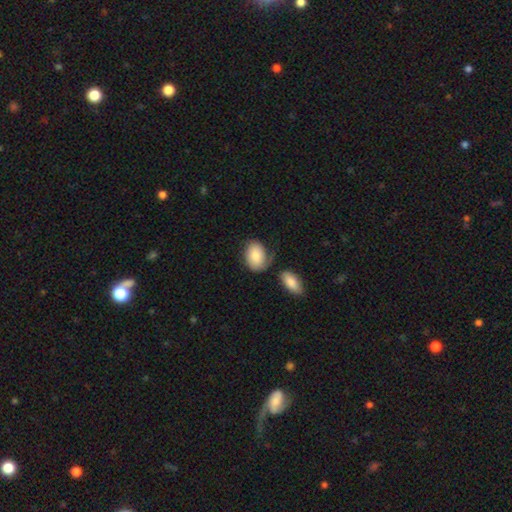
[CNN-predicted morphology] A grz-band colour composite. It shows a smooth galaxy with no disk features (78%) that is in between round and cigar-shaped (78%). Merging: none (43%).